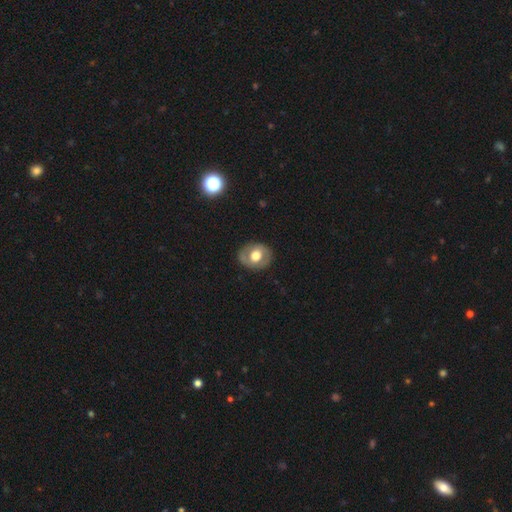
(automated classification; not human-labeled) Overall: smooth (51%; featured or disk 42%). How rounded: round (60%; in between 39%). Merging: none (81%).